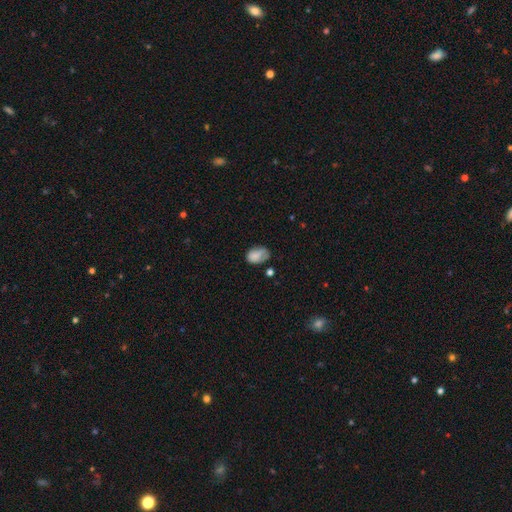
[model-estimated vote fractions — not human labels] Smooth or featured: smooth — 77% (featured or disk — 14%)
How rounded: in between — 84% (round — 15%)
Merging: none — 49% (minor disturbance — 32%)